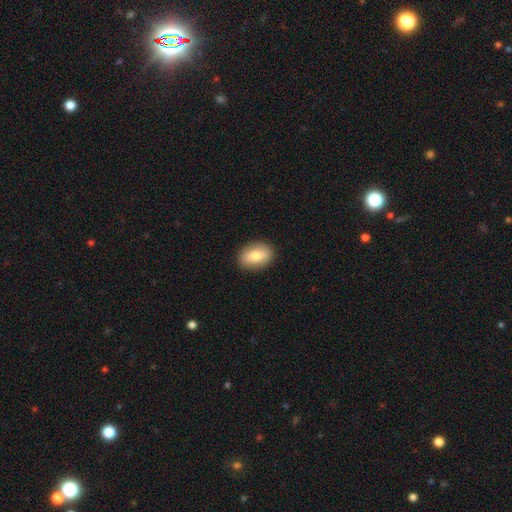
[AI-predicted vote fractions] Smooth or featured?
  - smooth: 73% *
  - featured or disk: 20%
  - star or artifact: 7%
How rounded?
  - in between: 80% *
  - round: 18%
  - cigar-shaped: 2%
Merging?
  - none: 89% *
  - minor disturbance: 8%
  - major disturbance: 2%
  - merger: 1%